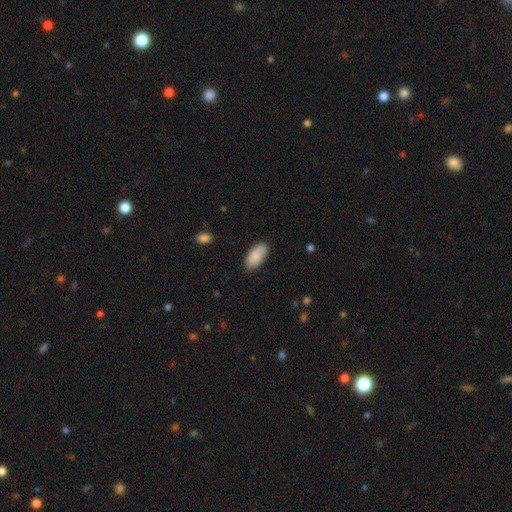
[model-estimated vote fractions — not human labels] This appears to be a smooth galaxy with no disk features (88%) that is in between round and cigar-shaped (93%). Merging: none (81%).